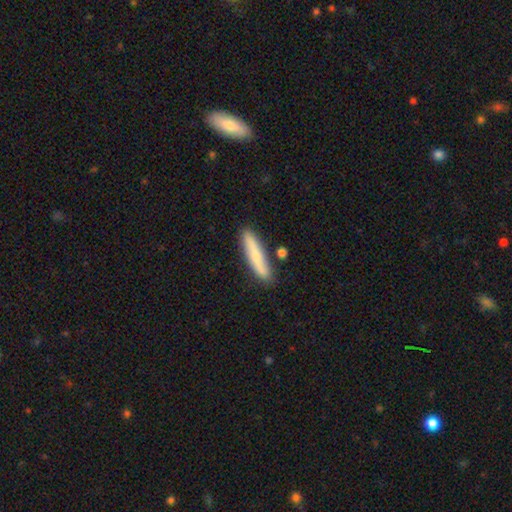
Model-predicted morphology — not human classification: A smooth galaxy with no disk features (68%) that is cigar-shaped (86%).

Vote fractions:
- Smooth or featured? smooth: 68% / featured or disk: 26% / star or artifact: 6%
- How rounded? cigar-shaped: 86% / in between: 12% / round: 2%
- Merging? none: 84% / minor disturbance: 11% / merger: 4% / major disturbance: 2%